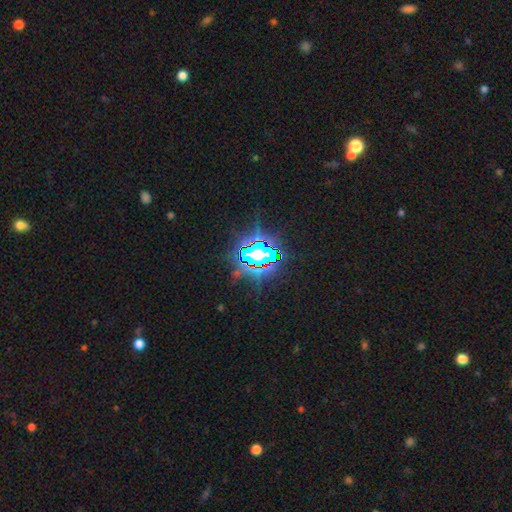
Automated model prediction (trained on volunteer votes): smooth_or_featured: star or artifact (p=0.74) [alt: smooth p=0.14]